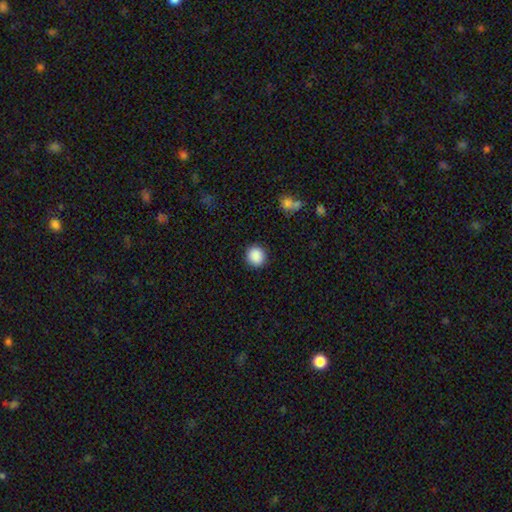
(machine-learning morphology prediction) Smooth or featured?
  - smooth: 89% *
  - star or artifact: 8%
  - featured or disk: 3%
How rounded?
  - round: 90% *
  - in between: 9%
  - cigar-shaped: 1%
Merging?
  - none: 91% *
  - minor disturbance: 6%
  - major disturbance: 2%
  - merger: 1%